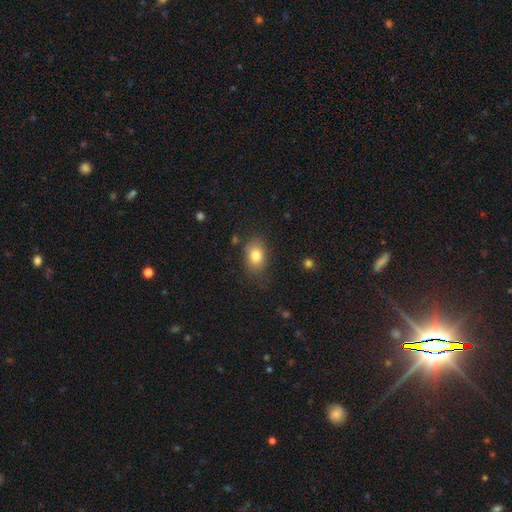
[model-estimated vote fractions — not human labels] Morphology: type=smooth (81%); roundness=in between (75%); merging=none (72%).